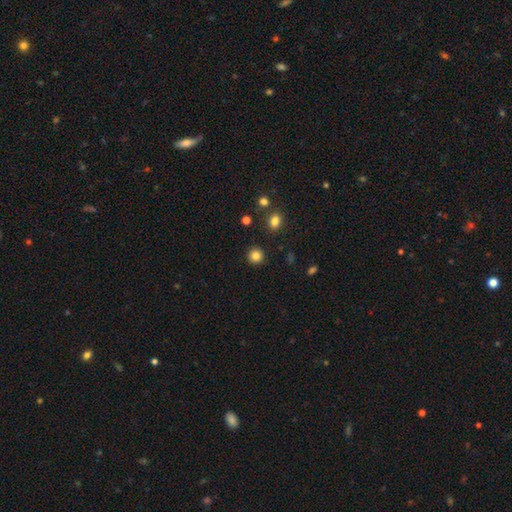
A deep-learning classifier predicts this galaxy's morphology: A smooth galaxy with no disk features (84%) that is round (93%).

Vote fractions:
- Smooth or featured? smooth: 84% / star or artifact: 11% / featured or disk: 4%
- How rounded? round: 93% / in between: 6% / cigar-shaped: 1%
- Merging? none: 91% / minor disturbance: 5% / major disturbance: 2% / merger: 2%